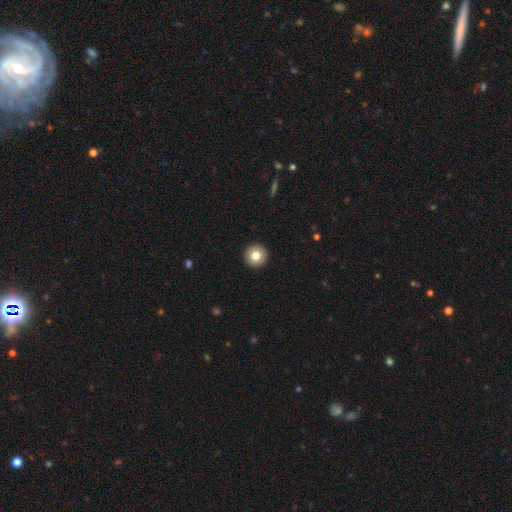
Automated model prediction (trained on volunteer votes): This appears to be a smooth galaxy with no disk features (81%) that is round (96%). Merging: none (94%).